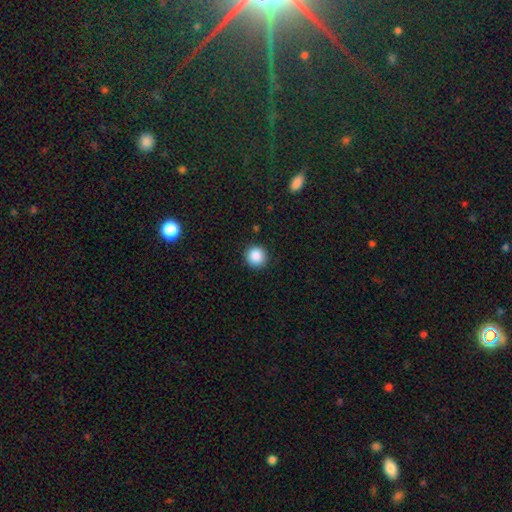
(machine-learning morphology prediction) A smooth galaxy with no disk features (88%) that is round (94%). Merging: none (91%).